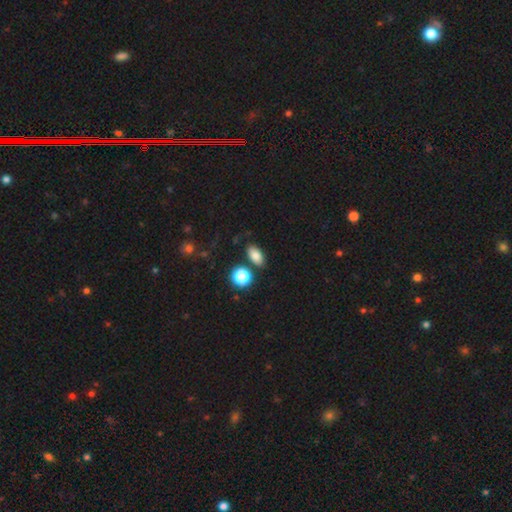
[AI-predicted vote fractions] Smooth or featured? smooth (79%)
How rounded? in between (84%)
Merging? none (79%)